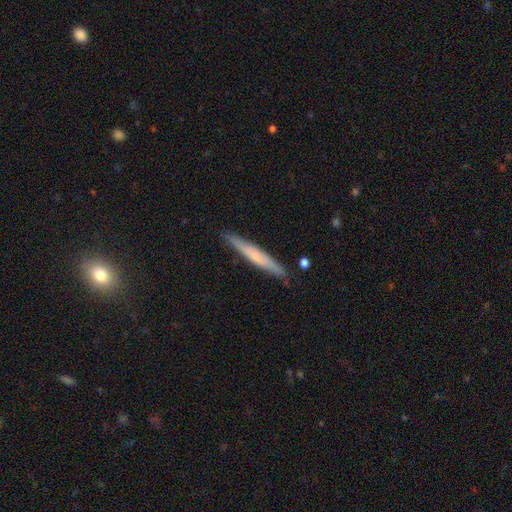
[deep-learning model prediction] This is possibly a smooth galaxy (51%). How rounded: clearly cigar-shaped (95%). Merging: clearly none (88%).